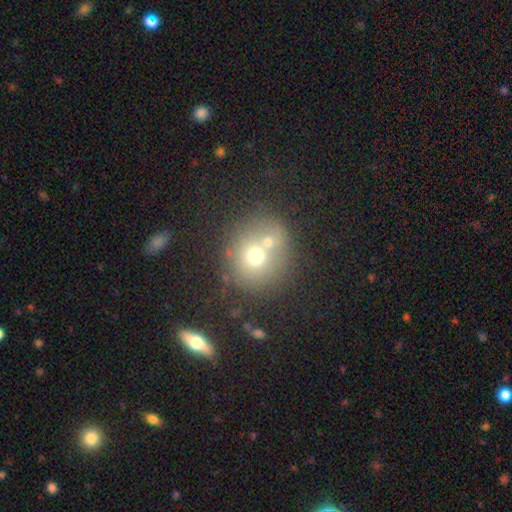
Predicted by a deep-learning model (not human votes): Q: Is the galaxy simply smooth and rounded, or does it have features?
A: smooth — 65%.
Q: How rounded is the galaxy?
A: round — 86%.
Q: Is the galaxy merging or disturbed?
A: none — 47%.